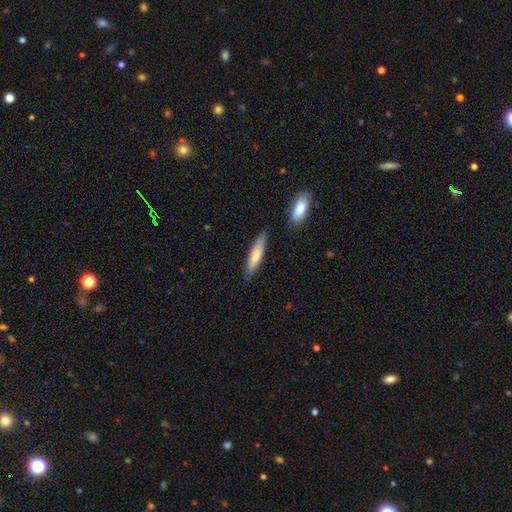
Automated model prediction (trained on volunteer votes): A smooth galaxy with no disk features (73%) that is cigar-shaped (81%).

Vote fractions:
- Smooth or featured? smooth: 73% / featured or disk: 22% / star or artifact: 5%
- How rounded? cigar-shaped: 81% / in between: 18% / round: 1%
- Merging? none: 81% / minor disturbance: 13% / merger: 3% / major disturbance: 2%